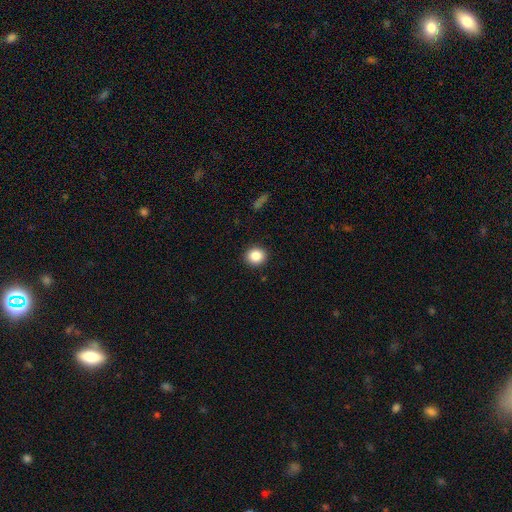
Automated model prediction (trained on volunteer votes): Q: Smooth or featured?
A: smooth (86%); runner-up: star or artifact (9%)
Q: How rounded?
A: round (83%); runner-up: in between (16%)
Q: Merging?
A: none (92%); runner-up: minor disturbance (6%)